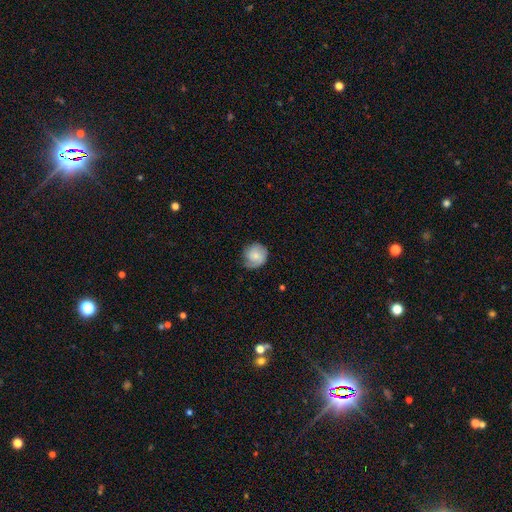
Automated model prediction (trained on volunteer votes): smooth 61%, featured or disk 32%, star or artifact 7%. Down the decision tree: how rounded — round (86%); merging — none (63%).